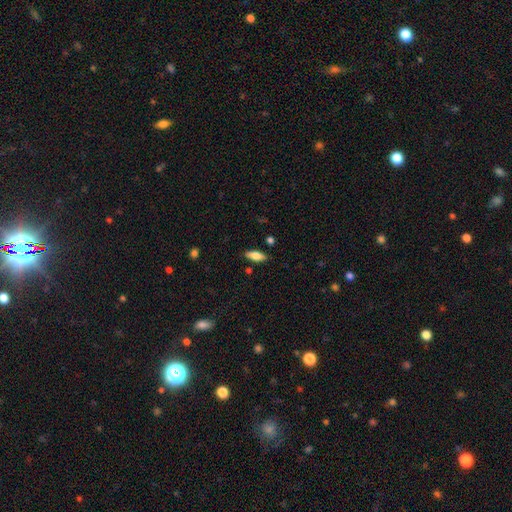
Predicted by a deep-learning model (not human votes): A smooth galaxy with no disk features (75%) that is in between round and cigar-shaped (70%). Merging: none (85%).